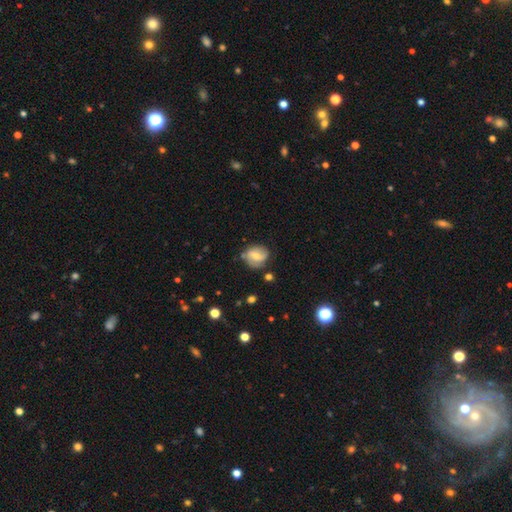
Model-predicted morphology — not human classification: smooth 46%, featured or disk 45%, star or artifact 8%. Down the decision tree: merging — none (65%).